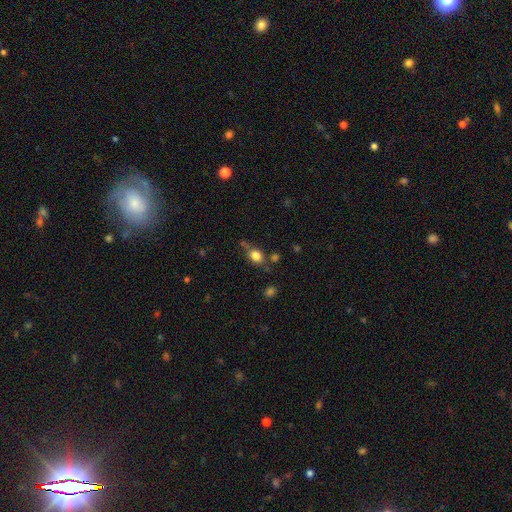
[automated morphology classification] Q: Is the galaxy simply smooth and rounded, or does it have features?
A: smooth — 79%.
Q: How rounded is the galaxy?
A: round — 57%.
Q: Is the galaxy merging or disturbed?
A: none — 61%.